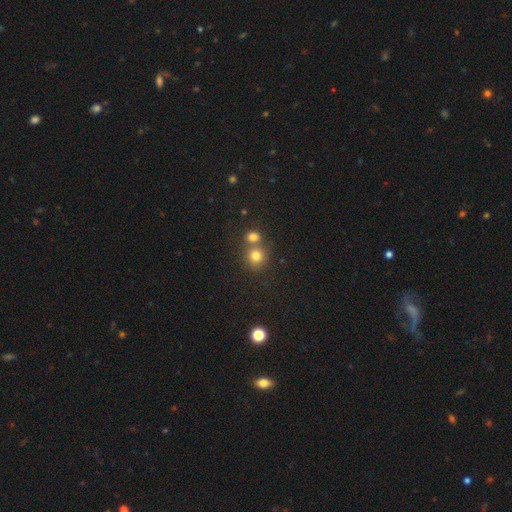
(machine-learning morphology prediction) type=smooth (78%); roundness=round (88%); merging=none (55%).